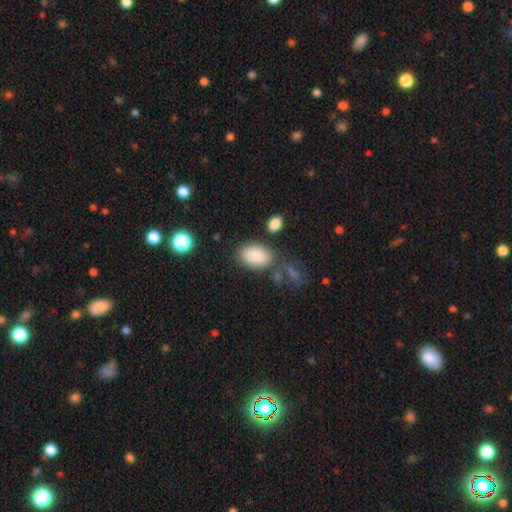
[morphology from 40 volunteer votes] Overall: smooth (90%). How rounded: in between (81%). Merging: none (73%).